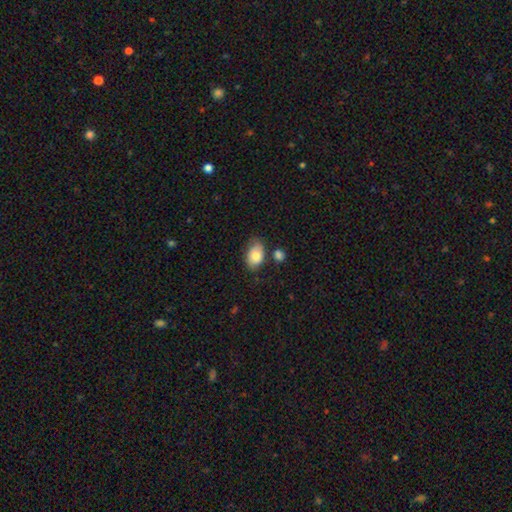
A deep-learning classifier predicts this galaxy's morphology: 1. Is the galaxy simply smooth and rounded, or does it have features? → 82% smooth, 11% featured or disk, 7% star or artifact.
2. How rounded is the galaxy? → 89% in between, 10% round, 1% cigar-shaped.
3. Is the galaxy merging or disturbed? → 64% none, 23% minor disturbance, 8% merger, 5% major disturbance.